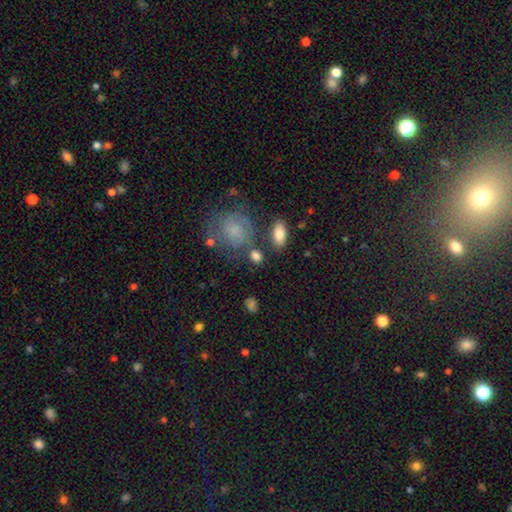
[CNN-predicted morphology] Smooth or featured? smooth (78%)
How rounded? in between (49%)
Merging? none (67%)